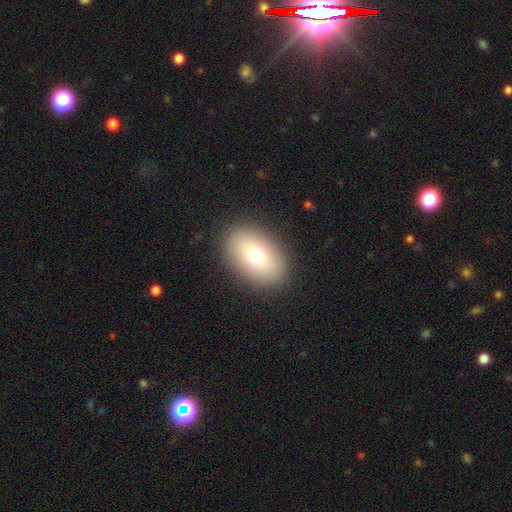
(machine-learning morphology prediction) Q: Smooth or featured?
A: smooth (74%); runner-up: featured or disk (16%)
Q: How rounded?
A: in between (85%); runner-up: round (14%)
Q: Merging?
A: none (89%); runner-up: minor disturbance (7%)